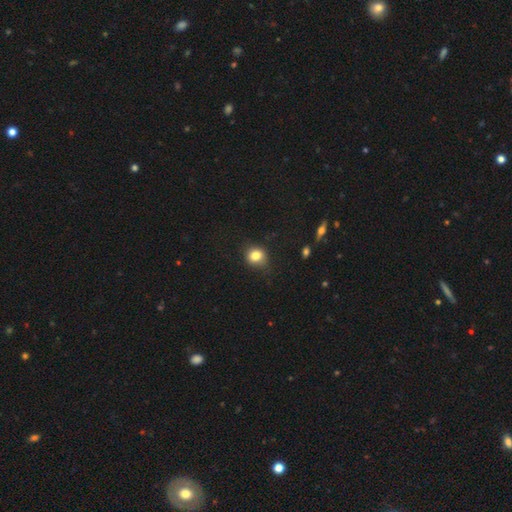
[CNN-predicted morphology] Smooth or featured?
  - smooth: 81% *
  - star or artifact: 11%
  - featured or disk: 8%
How rounded?
  - round: 77% *
  - in between: 22%
  - cigar-shaped: 1%
Merging?
  - none: 78% *
  - minor disturbance: 17%
  - major disturbance: 4%
  - merger: 1%